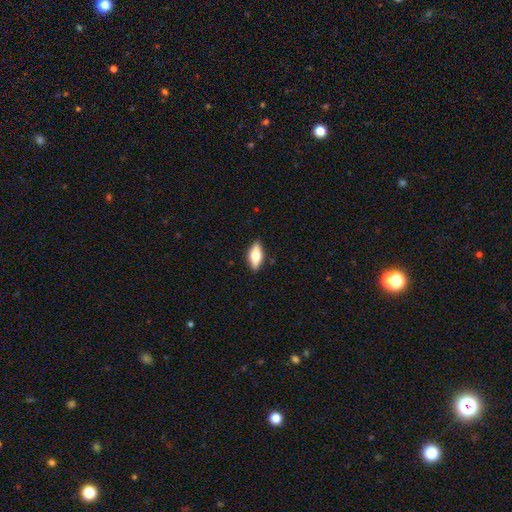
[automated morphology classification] This is likely a smooth galaxy (68%). How rounded: clearly in between (80%). Merging: clearly none (87%).